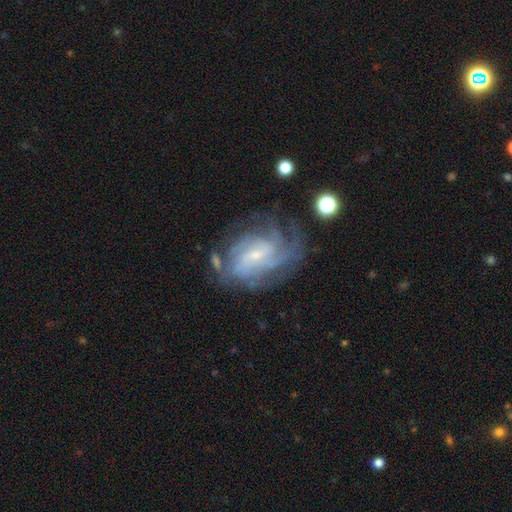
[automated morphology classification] Smooth or featured?
  - featured or disk: 83% *
  - smooth: 9%
  - star or artifact: 7%
Edge-on disk?
  - no: 97% *
  - yes: 3%
Bar?
  - weak: 49% *
  - no: 37%
  - strong: 14%
Spiral arms?
  - yes: 94% *
  - no: 6%
Spiral winding?
  - tight: 52% *
  - medium: 37%
  - loose: 11%
Spiral arm count?
  - can't tell: 33% *
  - 4: 25%
  - 3: 18%
  - 2: 11%
  - more than 4: 7%
  - 1: 5%
Bulge size?
  - small: 72% *
  - moderate: 19%
  - none: 7%
  - large: 2%
  - dominant: 1%
Merging?
  - none: 62% *
  - minor disturbance: 20%
  - major disturbance: 14%
  - merger: 4%